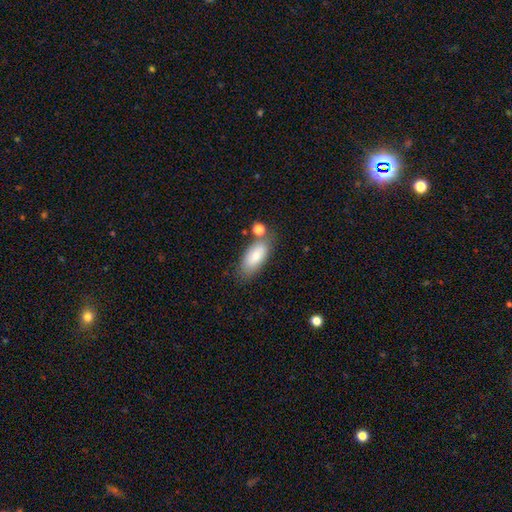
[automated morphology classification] A smooth galaxy with no disk features (81%) that is in between round and cigar-shaped (85%). Merging: none (66%).